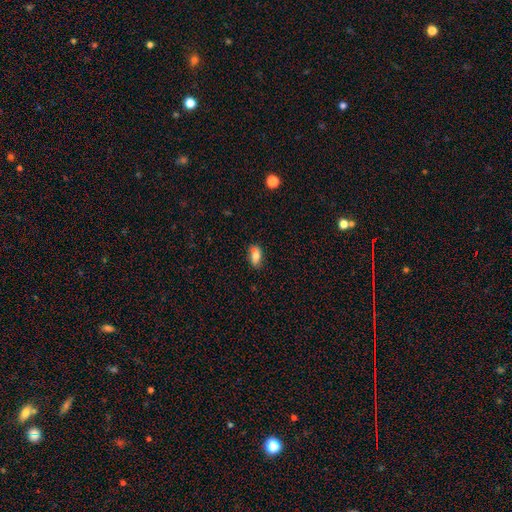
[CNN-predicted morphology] smooth 73%, featured or disk 18%, star or artifact 9%. Down the decision tree: how rounded — in between (84%); merging — none (52%).